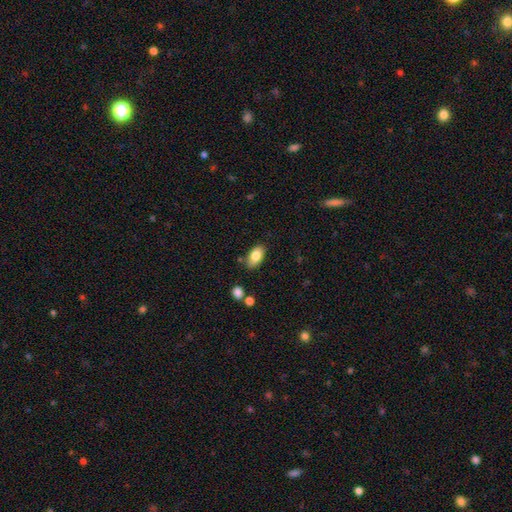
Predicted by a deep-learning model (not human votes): This is clearly a smooth galaxy (82%). How rounded: clearly in between (92%). Merging: likely none (78%).